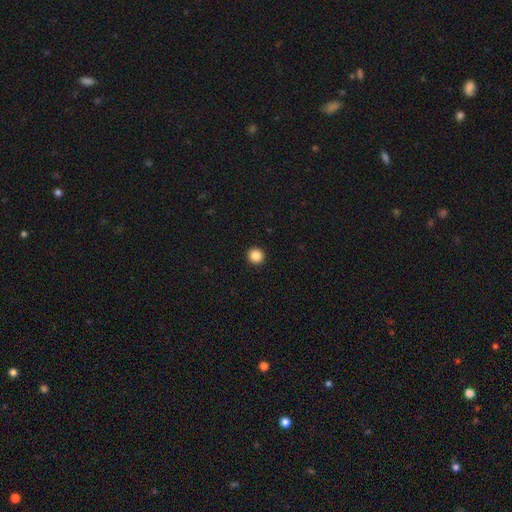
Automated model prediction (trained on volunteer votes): This is clearly a smooth galaxy (86%). How rounded: clearly round (95%). Merging: clearly none (94%).